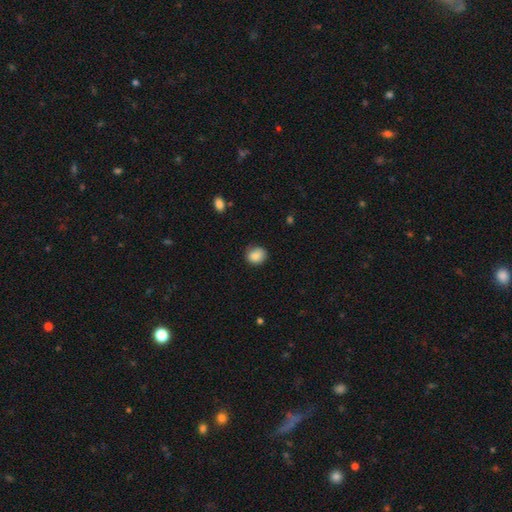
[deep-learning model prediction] Smooth or featured?
  - smooth: 87% *
  - star or artifact: 8%
  - featured or disk: 5%
How rounded?
  - round: 71% *
  - in between: 28%
  - cigar-shaped: 1%
Merging?
  - none: 72% *
  - minor disturbance: 22%
  - major disturbance: 5%
  - merger: 1%